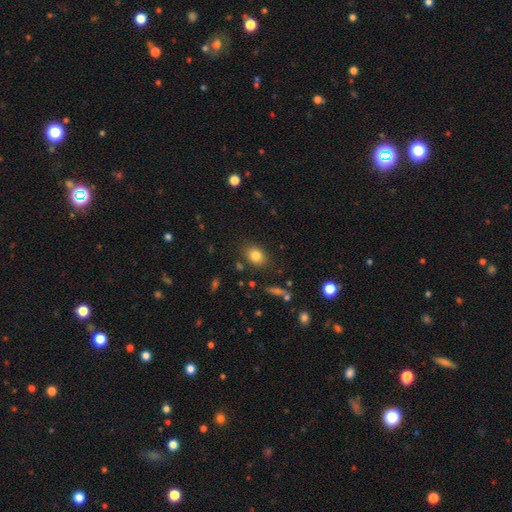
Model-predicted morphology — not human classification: smooth_or_featured: smooth (p=0.81) [alt: star or artifact p=0.11]
how_rounded: in between (p=0.62) [alt: round p=0.37]
merging: none (p=0.83) [alt: minor disturbance p=0.11]